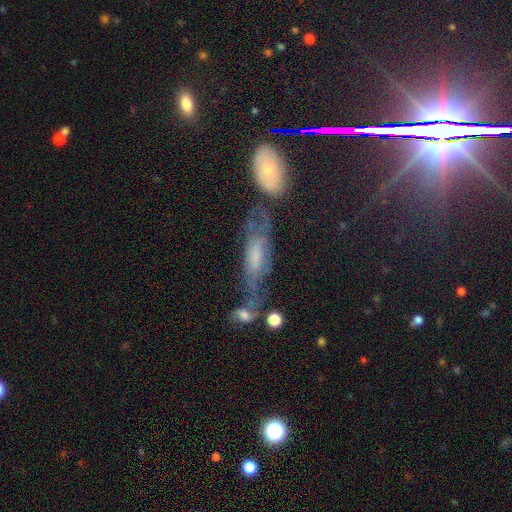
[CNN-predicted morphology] A featured or disk galaxy (52%). Merging: none (36%).